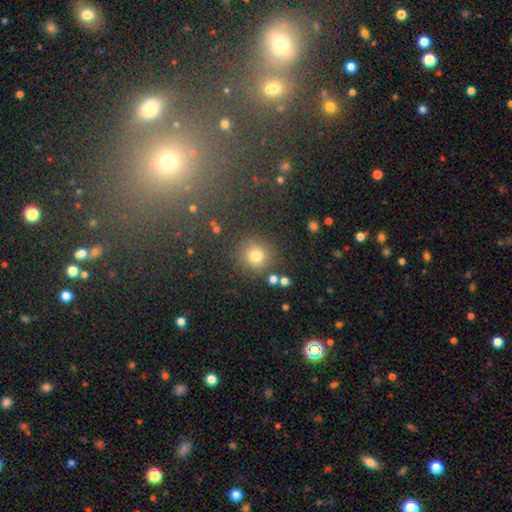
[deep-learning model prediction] This is likely a smooth galaxy (76%). How rounded: clearly round (92%). Merging: clearly none (81%).